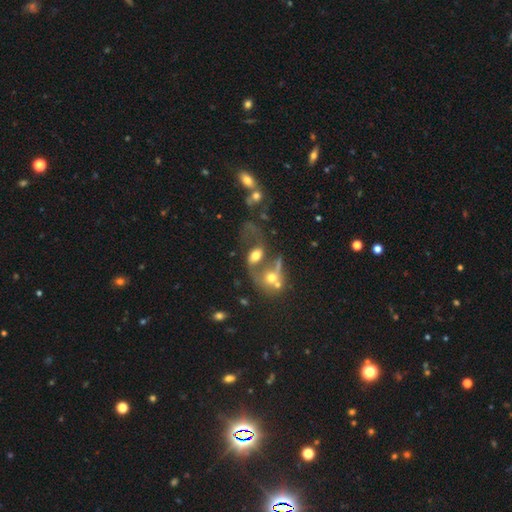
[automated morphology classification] Overall: featured or disk (48%; smooth 39%). Merging: merger (47%; none 22%).